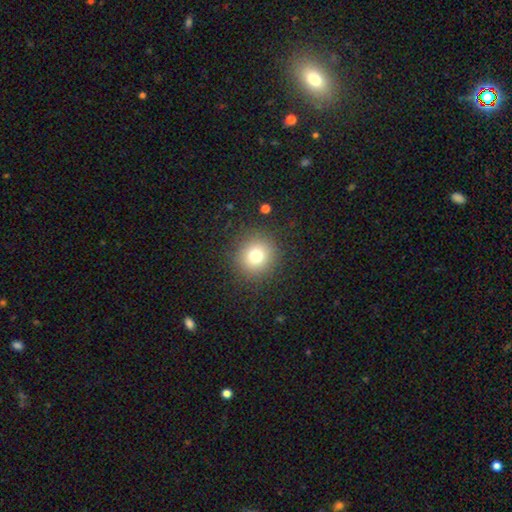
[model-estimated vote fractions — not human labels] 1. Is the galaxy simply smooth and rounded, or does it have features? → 75% smooth, 15% star or artifact, 10% featured or disk.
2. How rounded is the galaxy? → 93% round, 6% in between, 1% cigar-shaped.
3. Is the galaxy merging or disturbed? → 89% none, 7% minor disturbance, 3% major disturbance, 1% merger.